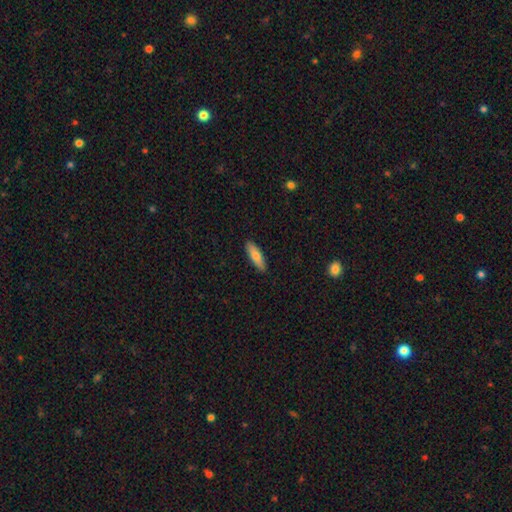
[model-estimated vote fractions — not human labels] smooth_or_featured: smooth (p=0.75) [alt: featured or disk p=0.20]
how_rounded: cigar-shaped (p=0.57) [alt: in between p=0.41]
merging: none (p=0.90) [alt: minor disturbance p=0.08]